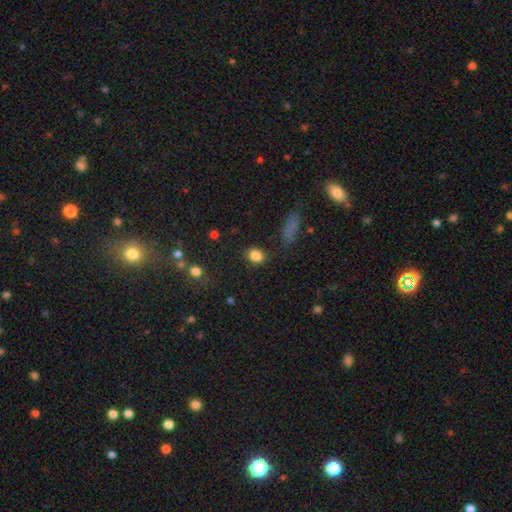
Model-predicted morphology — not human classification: Smooth or featured? Predicted: smooth (p=0.85). How rounded? Predicted: in between (p=0.51). Merging? Predicted: none (p=0.82).